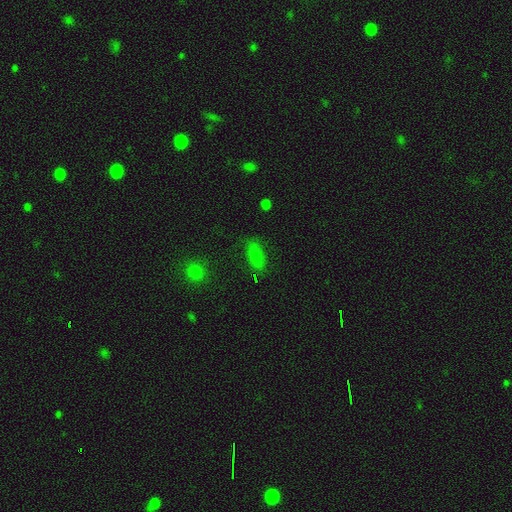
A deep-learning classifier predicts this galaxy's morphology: This is likely a smooth galaxy (72%). How rounded: clearly in between (83%). Merging: clearly none (81%).